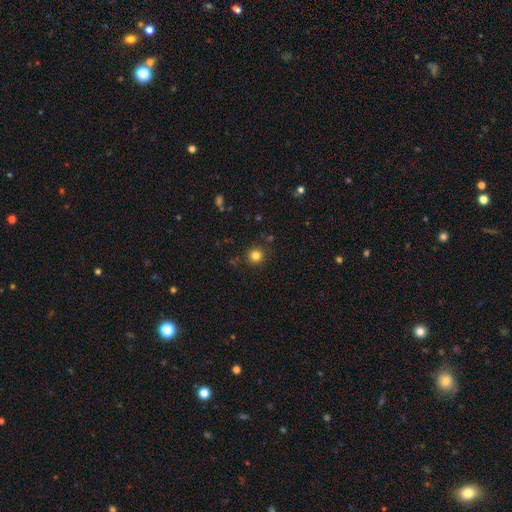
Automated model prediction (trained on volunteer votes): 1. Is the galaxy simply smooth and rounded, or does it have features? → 82% smooth, 13% star or artifact, 5% featured or disk.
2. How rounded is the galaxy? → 94% round, 5% in between, 1% cigar-shaped.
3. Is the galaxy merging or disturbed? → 88% none, 7% minor disturbance, 2% major disturbance, 2% merger.